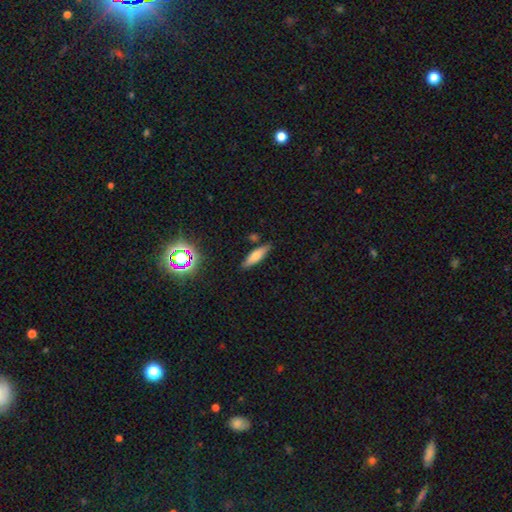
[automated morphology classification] A smooth galaxy with no disk features (70%) that is cigar-shaped (55%).

Vote fractions:
- Smooth or featured? smooth: 70% / featured or disk: 19% / star or artifact: 11%
- How rounded? cigar-shaped: 55% / in between: 43% / round: 2%
- Merging? none: 81% / minor disturbance: 13% / merger: 4% / major disturbance: 3%